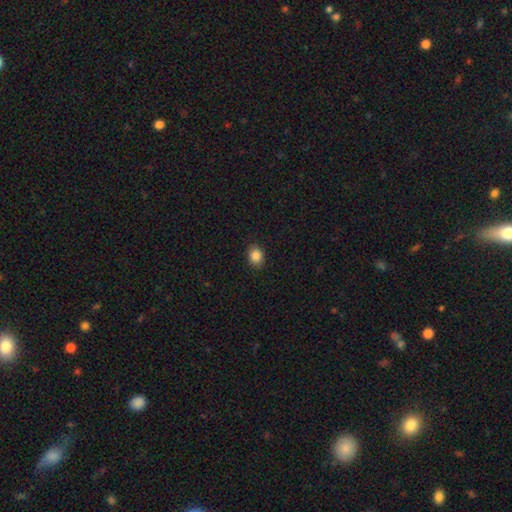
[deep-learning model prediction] Q: Smooth or featured?
A: smooth (86%); runner-up: star or artifact (9%)
Q: How rounded?
A: in between (53%); runner-up: round (46%)
Q: Merging?
A: none (89%); runner-up: minor disturbance (8%)